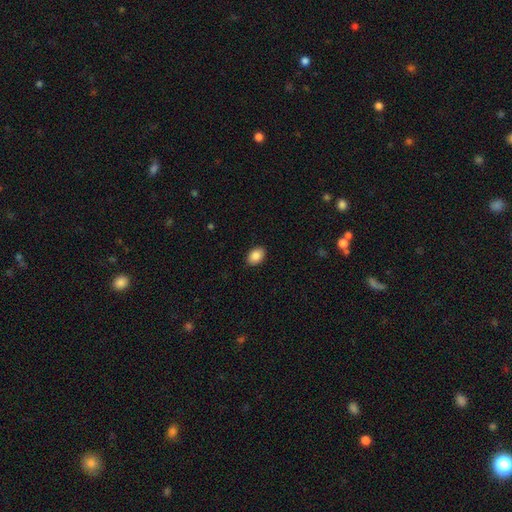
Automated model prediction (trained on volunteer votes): smooth 88%, star or artifact 7%, featured or disk 4%. Down the decision tree: how rounded — in between (84%); merging — none (90%).